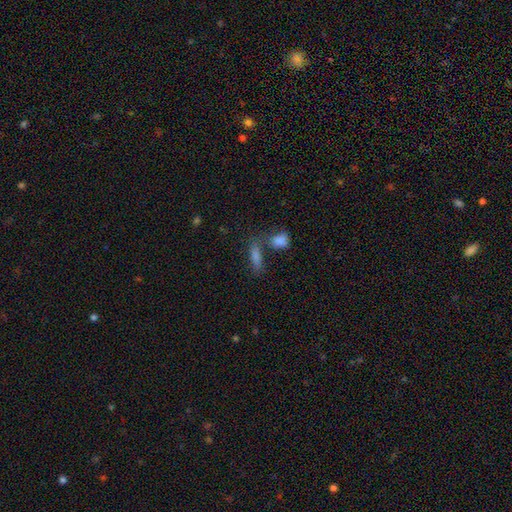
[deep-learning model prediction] A smooth galaxy with no disk features (69%) that is in between round and cigar-shaped (48%).

Vote fractions:
- Smooth or featured? smooth: 69% / star or artifact: 16% / featured or disk: 15%
- How rounded? in between: 48% / cigar-shaped: 45% / round: 7%
- Merging? none: 49% / merger: 33% / minor disturbance: 12% / major disturbance: 7%